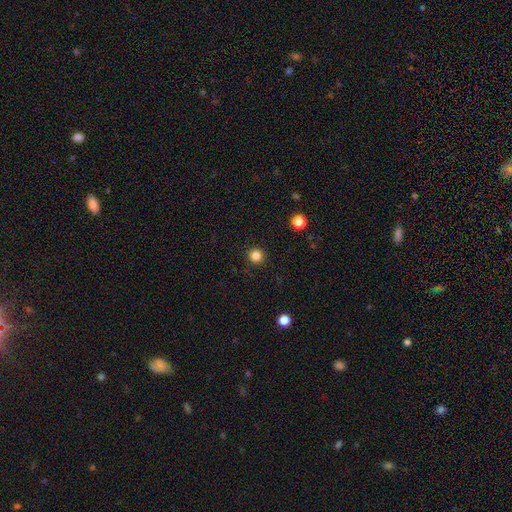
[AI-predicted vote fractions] A smooth galaxy with no disk features (84%) that is round (96%).

Vote fractions:
- Smooth or featured? smooth: 84% / star or artifact: 12% / featured or disk: 3%
- How rounded? round: 96% / in between: 3% / cigar-shaped: 1%
- Merging? none: 92% / minor disturbance: 5% / major disturbance: 2% / merger: 1%